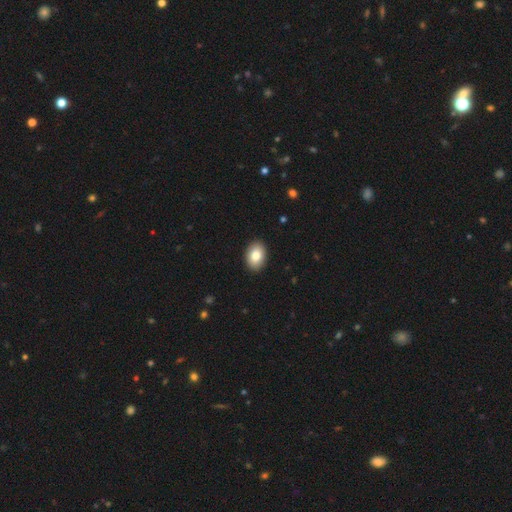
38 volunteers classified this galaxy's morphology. smooth-or-featured: smooth: 95% | star or artifact: 5% | featured or disk: 0%
  how-rounded: in between: 86% | round: 14% | cigar-shaped: 0%
  merging: none: 97% | minor disturbance: 3% | major disturbance: 0% | merger: 0%